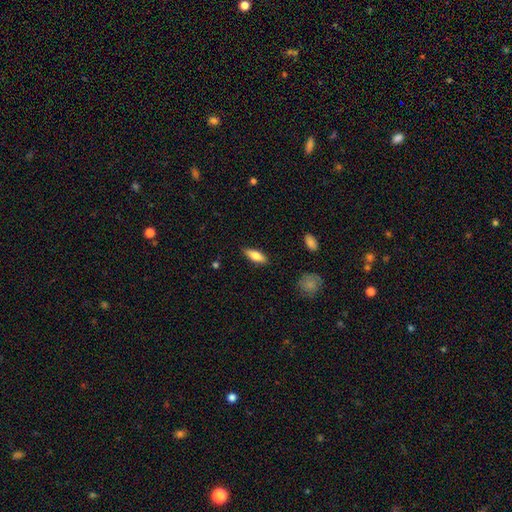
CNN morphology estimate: Overall: smooth (70%). How rounded: in between (64%; cigar-shaped 34%). Merging: none (87%).